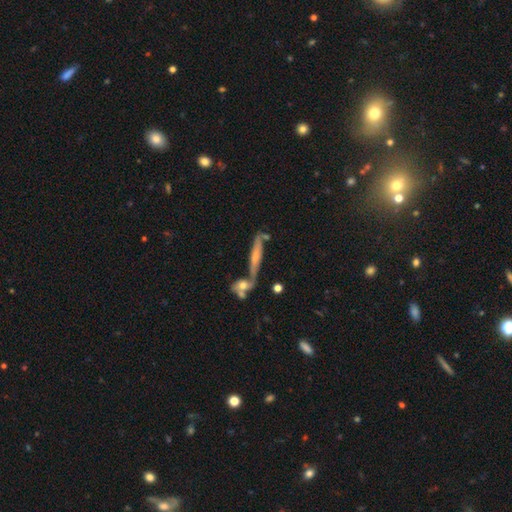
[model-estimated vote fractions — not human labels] Smooth or featured: featured or disk — 48% (smooth — 45%)
Merging: none — 46% (merger — 33%)